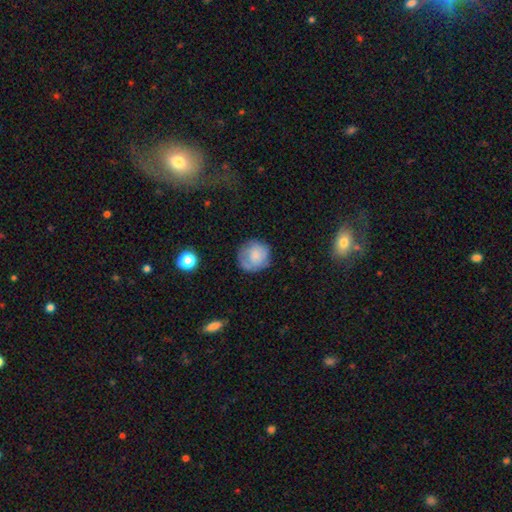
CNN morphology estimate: This appears to be a smooth galaxy with no disk features (69%) that is round (87%). Merging: none (68%).